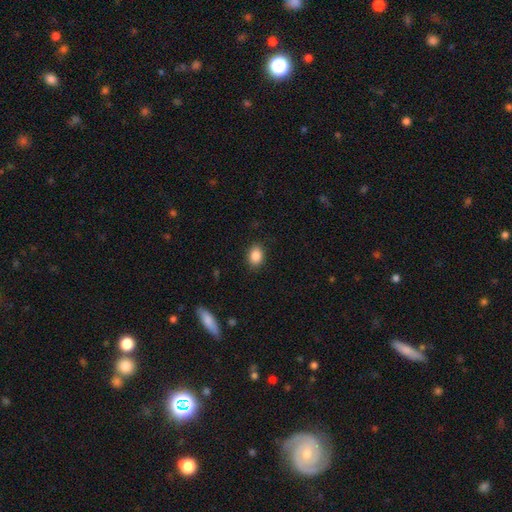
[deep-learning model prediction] Smooth or featured? smooth (87%)
How rounded? in between (71%)
Merging? none (88%)